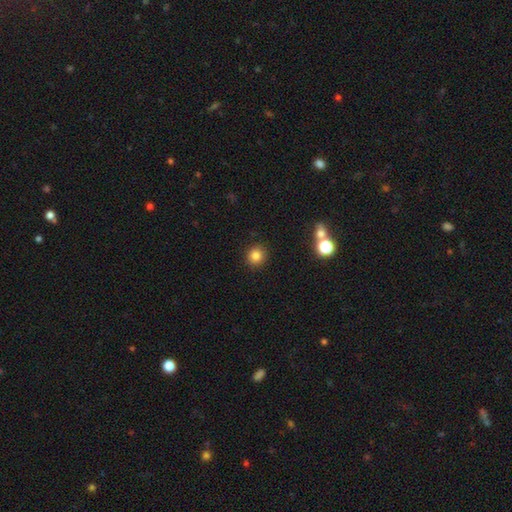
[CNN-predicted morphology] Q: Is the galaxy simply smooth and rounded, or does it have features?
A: smooth — 81%.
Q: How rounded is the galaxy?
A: round — 90%.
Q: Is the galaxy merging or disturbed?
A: none — 90%.